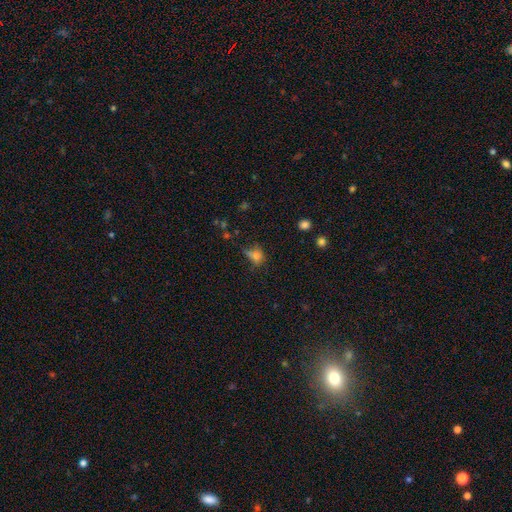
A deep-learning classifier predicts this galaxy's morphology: Smooth or featured? smooth (71%)
How rounded? round (48%, tied with in between)
Merging? none (43%)